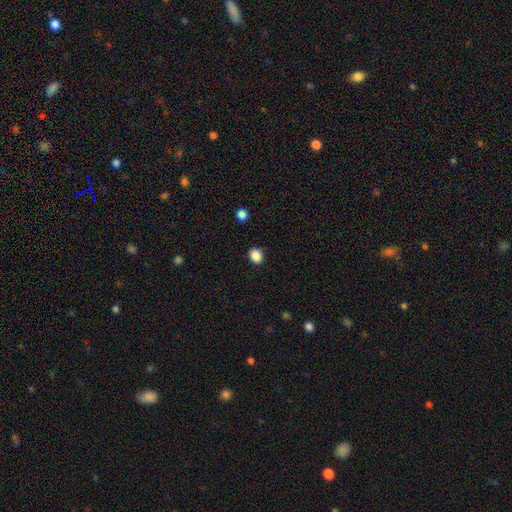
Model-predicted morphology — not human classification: Q: Smooth or featured?
A: smooth (87%); runner-up: star or artifact (10%)
Q: How rounded?
A: round (54%); runner-up: in between (45%)
Q: Merging?
A: none (88%); runner-up: minor disturbance (9%)